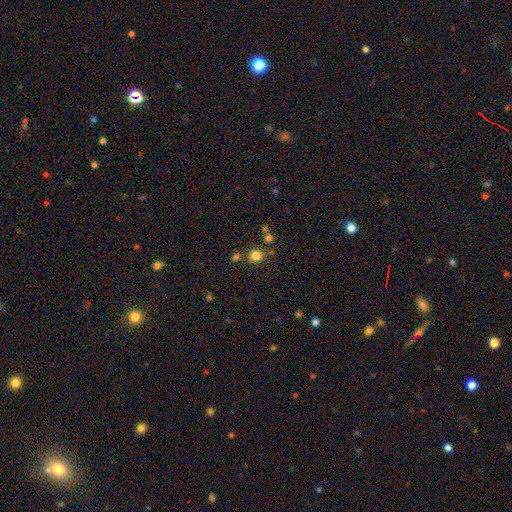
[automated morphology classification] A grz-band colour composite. It shows a smooth galaxy with no disk features (79%) that is round (86%). Merging: none (75%).